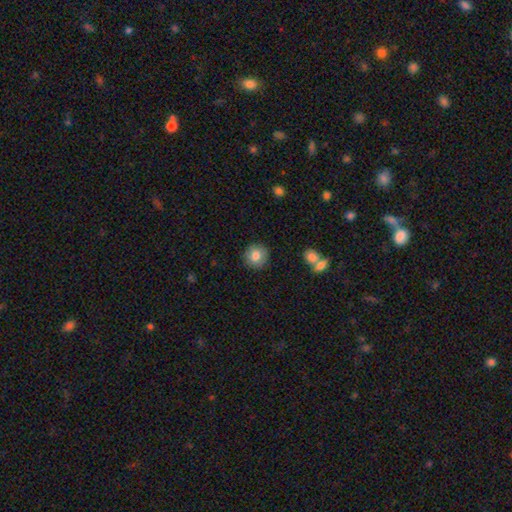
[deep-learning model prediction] A smooth galaxy with no disk features (82%) that is round (91%). Merging: none (88%).